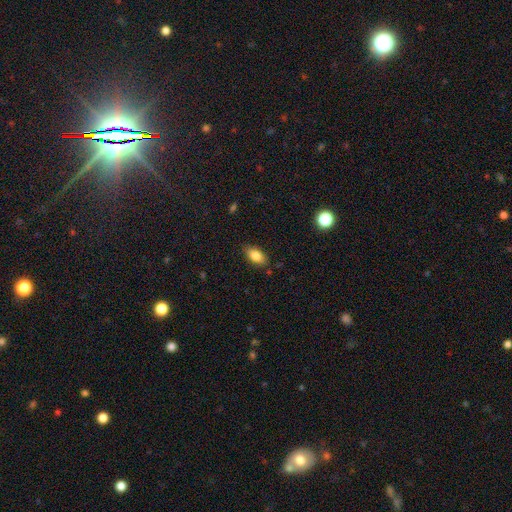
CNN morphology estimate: This is clearly a smooth galaxy (85%). How rounded: clearly in between (91%). Merging: clearly none (84%).